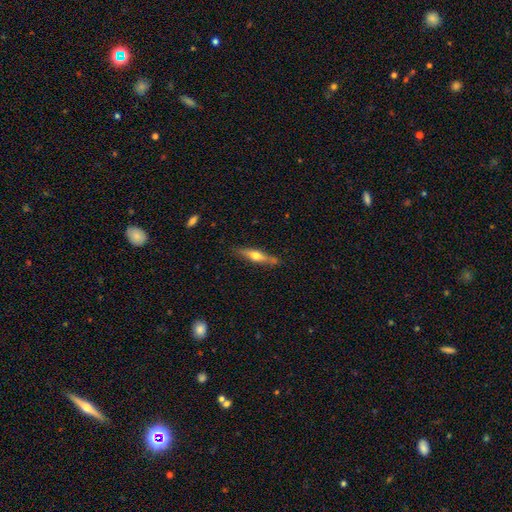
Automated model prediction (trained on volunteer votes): Smooth or featured? Predicted: featured or disk (p=0.54). Edge-on disk? Predicted: yes (p=0.93). Edge-on bulge? Predicted: rounded (p=0.92). Merging? Predicted: none (p=0.82).